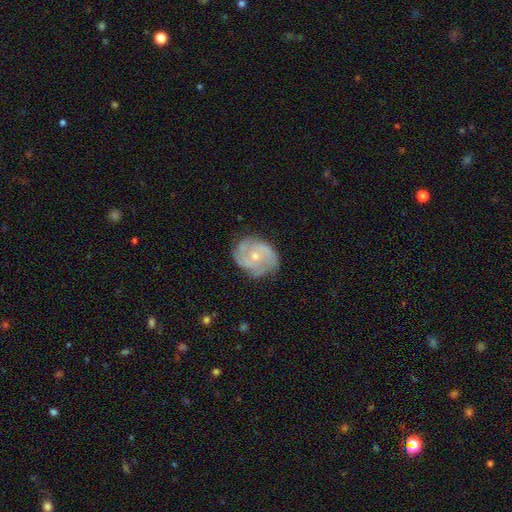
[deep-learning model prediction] Overall: featured or disk (81%). Edge-on disk: no (98%). Bar: no (72%). Spiral arms: yes (94%). Spiral arm count: 3 (34%; 2 27%). Spiral winding: tight (51%; medium 39%). Bulge size: small (57%; moderate 40%). Merging: none (74%).